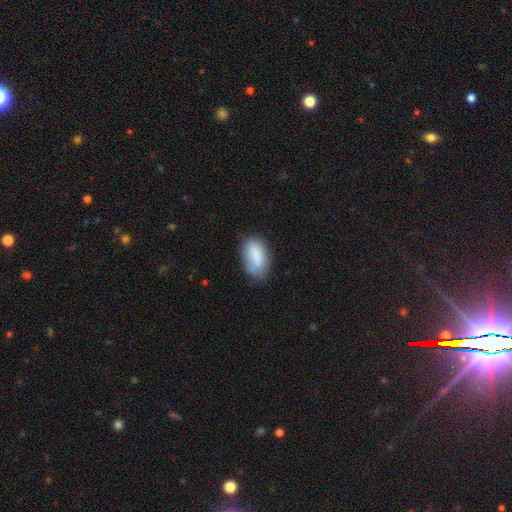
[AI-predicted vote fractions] Q: Smooth or featured?
A: smooth (80%); runner-up: featured or disk (13%)
Q: How rounded?
A: in between (93%); runner-up: round (4%)
Q: Merging?
A: none (64%); runner-up: minor disturbance (25%)